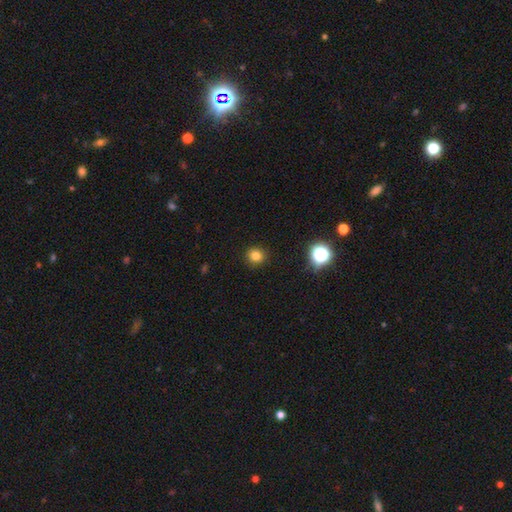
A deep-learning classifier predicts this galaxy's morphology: smooth-or-featured: smooth: 80% | star or artifact: 15% | featured or disk: 5%
  how-rounded: round: 88% | in between: 11% | cigar-shaped: 1%
  merging: none: 91% | minor disturbance: 6% | major disturbance: 2% | merger: 1%